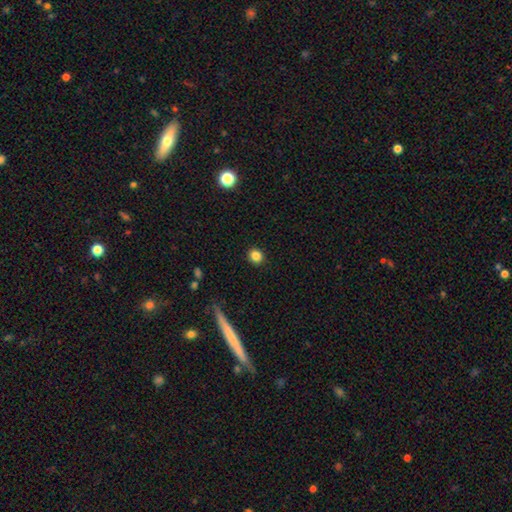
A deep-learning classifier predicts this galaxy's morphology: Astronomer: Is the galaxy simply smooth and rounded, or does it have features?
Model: smooth — 84%.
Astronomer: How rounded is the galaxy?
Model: round — 87%.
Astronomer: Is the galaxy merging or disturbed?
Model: none — 92%.